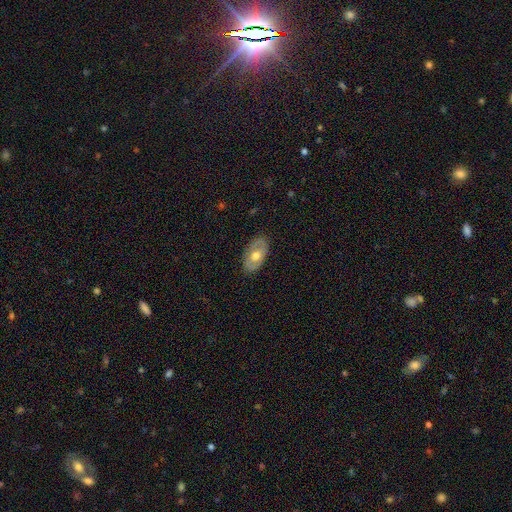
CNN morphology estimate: Overall: smooth (48%; featured or disk 46%). Merging: none (83%).